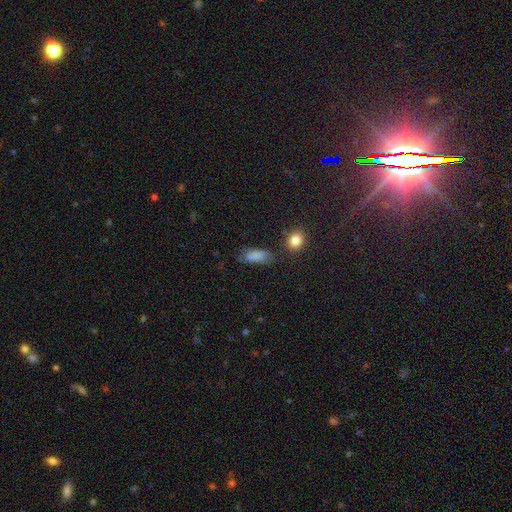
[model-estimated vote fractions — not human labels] A smooth galaxy with no disk features (78%) that is in between round and cigar-shaped (75%).

Vote fractions:
- Smooth or featured? smooth: 78% / featured or disk: 11% / star or artifact: 11%
- How rounded? in between: 75% / cigar-shaped: 21% / round: 5%
- Merging? none: 59% / minor disturbance: 25% / major disturbance: 10% / merger: 6%